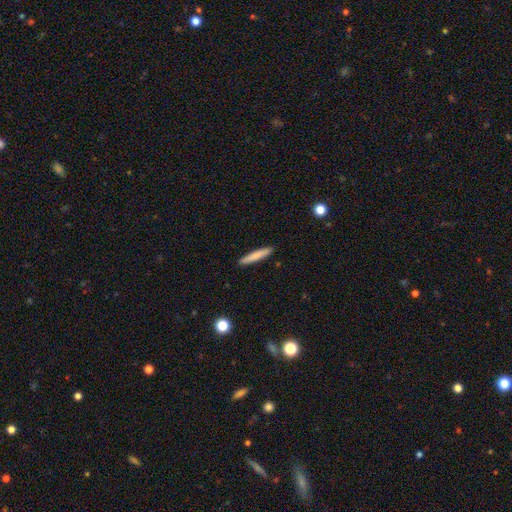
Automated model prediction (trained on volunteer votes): Smooth or featured? Predicted: smooth (p=0.79). How rounded? Predicted: cigar-shaped (p=0.94). Merging? Predicted: none (p=0.92).